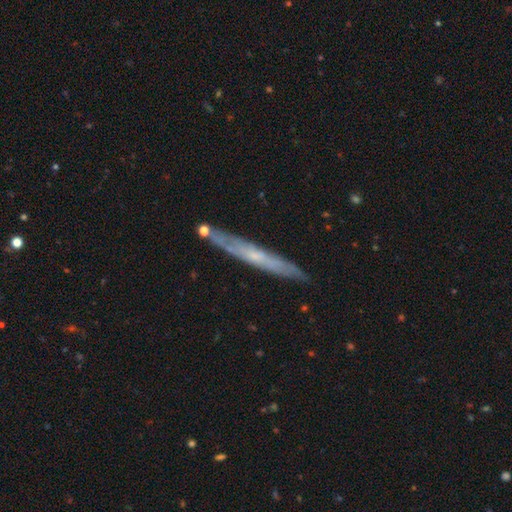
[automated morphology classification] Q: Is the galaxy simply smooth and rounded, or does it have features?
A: featured or disk — 61%.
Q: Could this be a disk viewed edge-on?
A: yes — 85%.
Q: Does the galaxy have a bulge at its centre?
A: none — 64%.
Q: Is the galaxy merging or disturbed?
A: none — 82%.